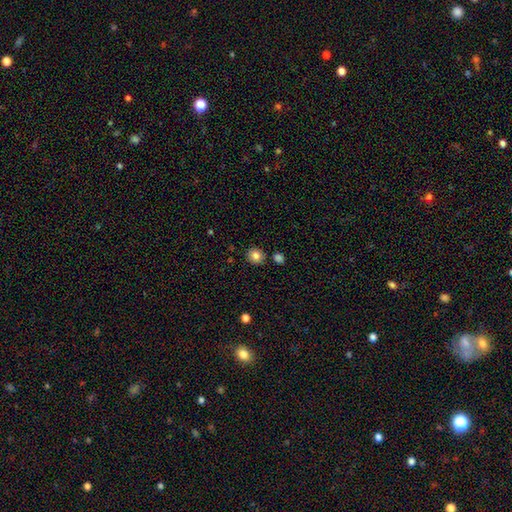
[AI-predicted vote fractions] This appears to be a smooth galaxy with no disk features (83%) that is round (85%). Merging: none (85%).